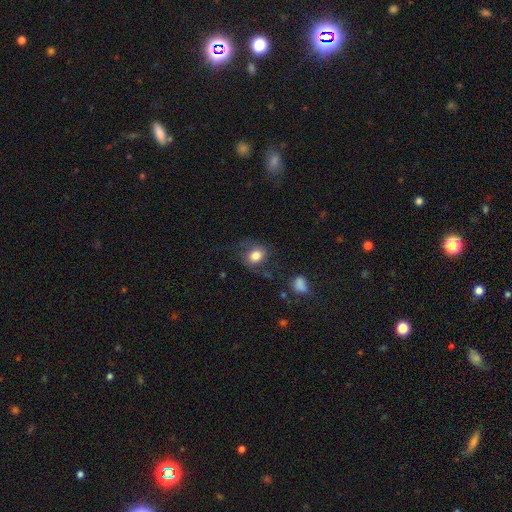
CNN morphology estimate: smooth-or-featured: smooth: 73% | featured or disk: 18% | star or artifact: 9%
  how-rounded: round: 55% | in between: 44% | cigar-shaped: 1%
  merging: none: 57% | minor disturbance: 22% | major disturbance: 18% | merger: 3%